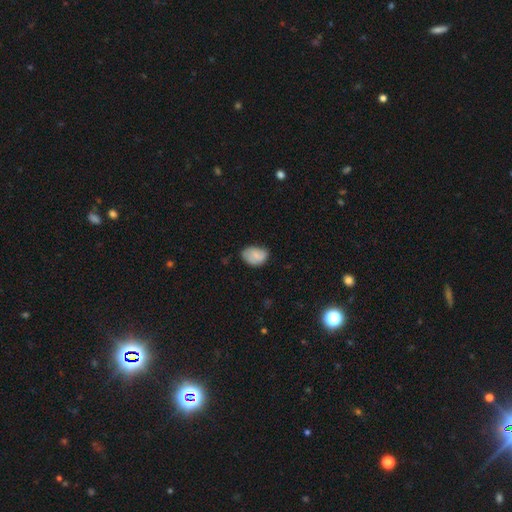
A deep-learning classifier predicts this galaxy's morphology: The model was most divided on "merging": none: 55%, minor disturbance: 36%, major disturbance: 7%, merger: 2%. More confident: how rounded — in between (78%); smooth or featured — smooth (73%).